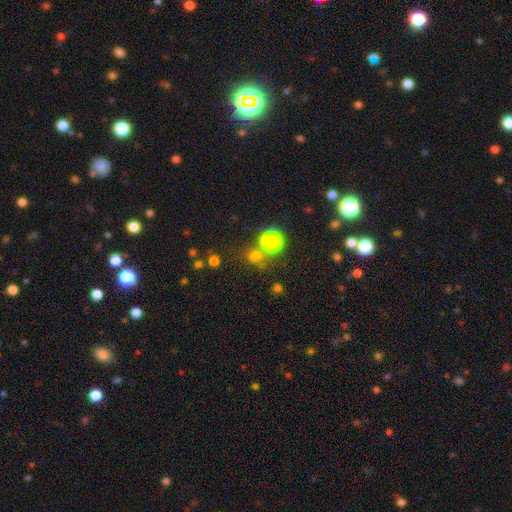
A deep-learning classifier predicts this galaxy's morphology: smooth 66%, star or artifact 27%, featured or disk 7%. Down the decision tree: how rounded — round (76%); merging — none (60%).